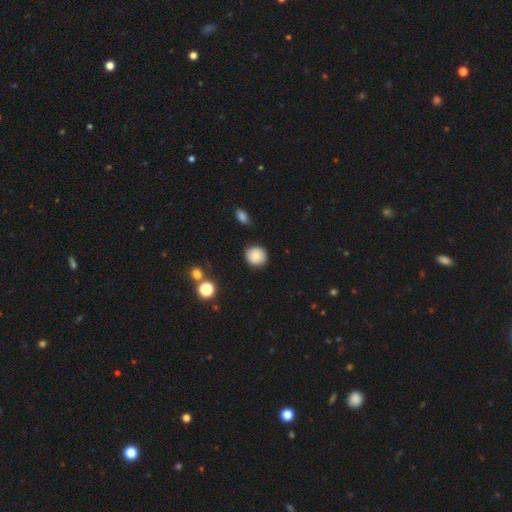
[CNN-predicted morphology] The model was most divided on "smooth or featured": smooth: 82%, star or artifact: 9%, featured or disk: 9%. More confident: how rounded — round (88%); merging — none (86%).